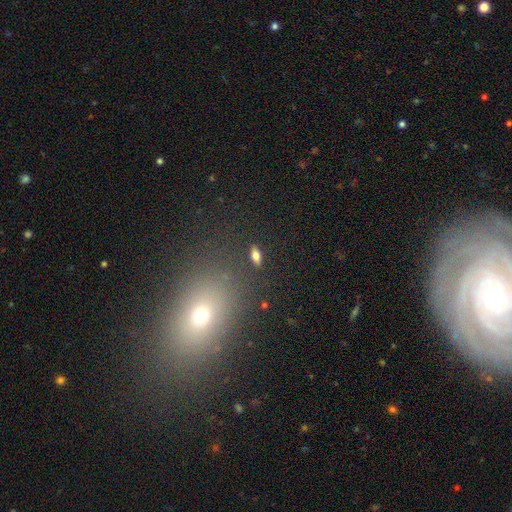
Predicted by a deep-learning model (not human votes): A smooth galaxy with no disk features (67%) that is in between round and cigar-shaped (76%).

Vote fractions:
- Smooth or featured? smooth: 67% / featured or disk: 21% / star or artifact: 12%
- How rounded? in between: 76% / cigar-shaped: 17% / round: 7%
- Merging? none: 87% / minor disturbance: 8% / major disturbance: 3% / merger: 2%